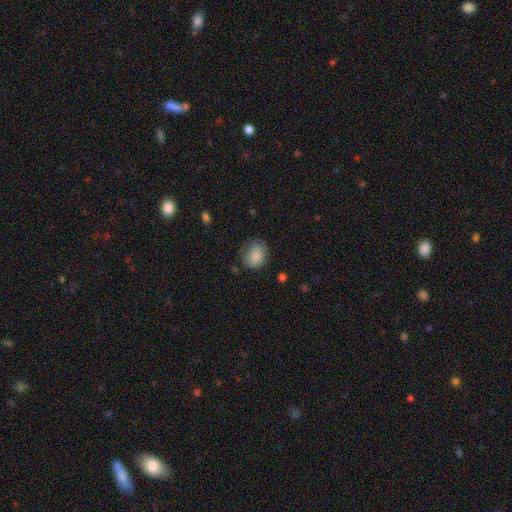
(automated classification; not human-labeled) Smooth or featured? smooth (85%)
How rounded? in between (50%)
Merging? none (67%)